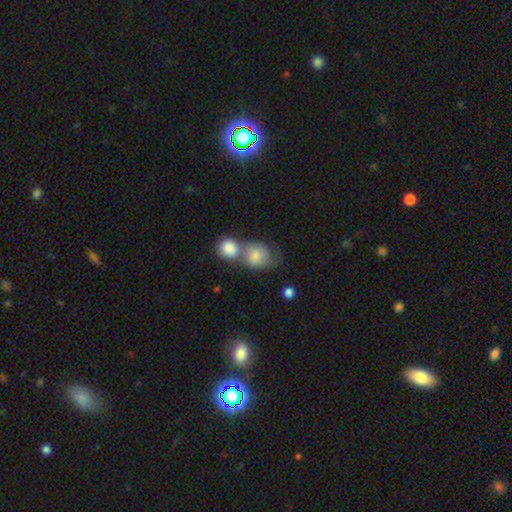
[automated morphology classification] type=smooth (78%); roundness=round (56%); merging=merger (62%).